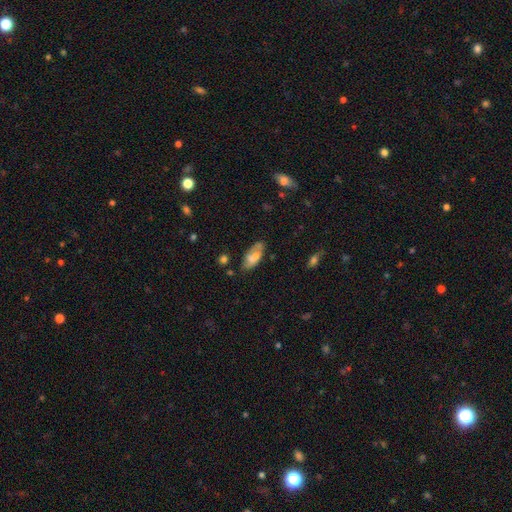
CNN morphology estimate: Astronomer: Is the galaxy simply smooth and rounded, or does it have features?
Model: smooth — 60%.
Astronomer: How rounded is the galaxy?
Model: in between — 85%.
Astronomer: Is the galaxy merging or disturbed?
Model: none — 65%.